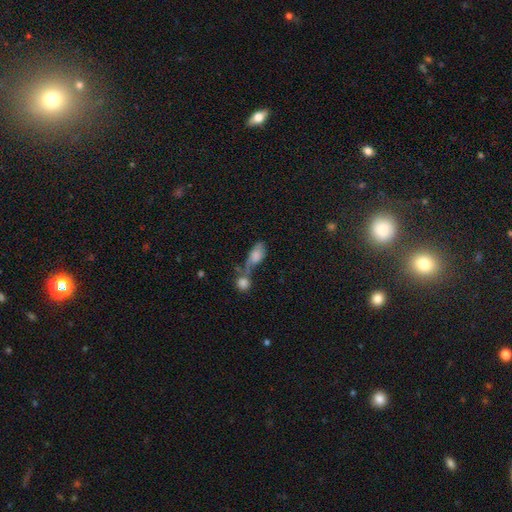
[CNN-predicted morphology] Smooth or featured? smooth (73%)
How rounded? in between (83%)
Merging? merger (52%)